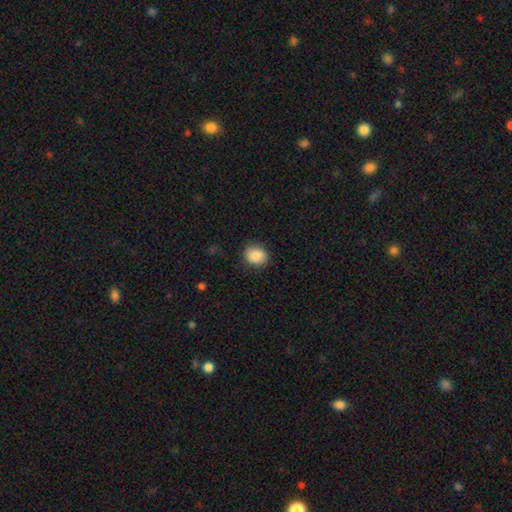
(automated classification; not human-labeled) Q: Smooth or featured?
A: smooth (87%); runner-up: star or artifact (8%)
Q: How rounded?
A: round (60%); runner-up: in between (39%)
Q: Merging?
A: none (86%); runner-up: minor disturbance (10%)